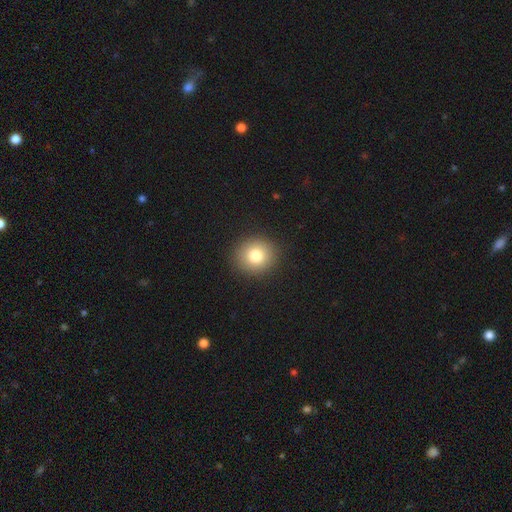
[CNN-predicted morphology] Q: Smooth or featured?
A: smooth (80%); runner-up: star or artifact (11%)
Q: How rounded?
A: round (85%); runner-up: in between (14%)
Q: Merging?
A: none (91%); runner-up: minor disturbance (6%)